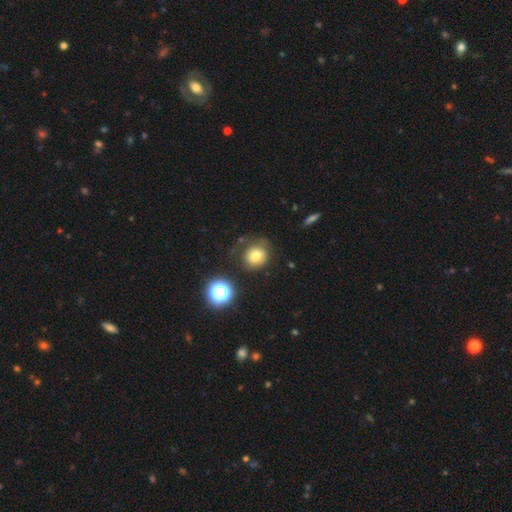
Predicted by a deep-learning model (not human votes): smooth 76%, star or artifact 13%, featured or disk 10%. Down the decision tree: how rounded — round (81%); merging — none (70%).